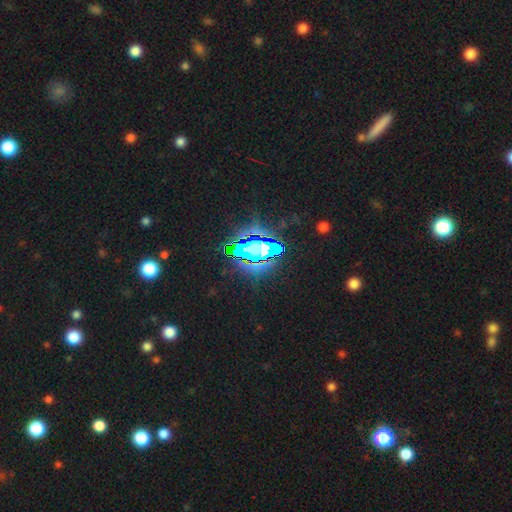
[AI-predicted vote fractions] The model was most divided on "smooth or featured": star or artifact: 83%, smooth: 10%, featured or disk: 7%.